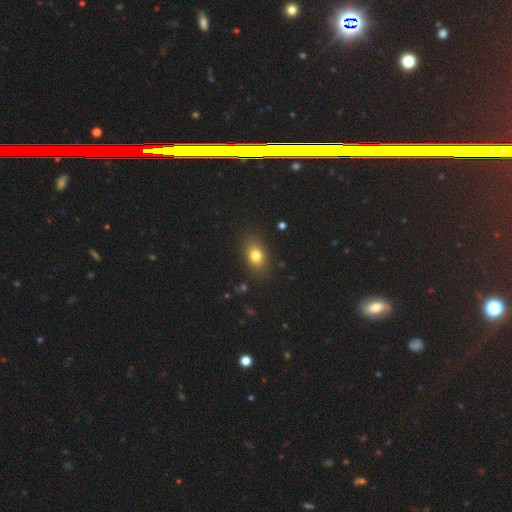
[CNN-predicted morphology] Smooth or featured? smooth (79%)
How rounded? in between (73%)
Merging? none (84%)